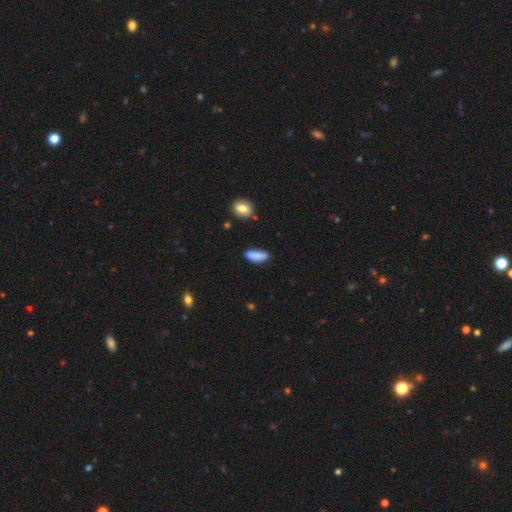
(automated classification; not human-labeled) Morphology: type=smooth (83%); roundness=in between (67%); merging=none (59%).